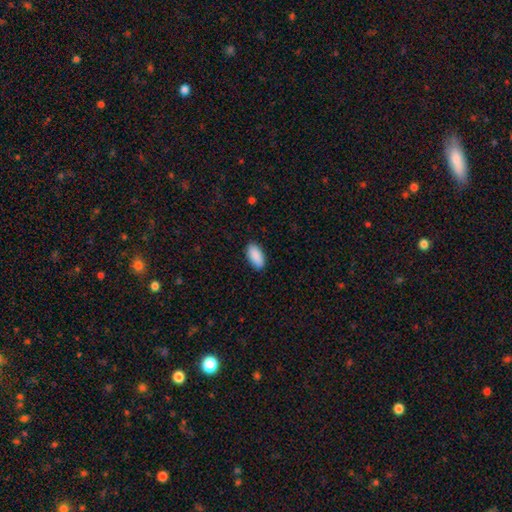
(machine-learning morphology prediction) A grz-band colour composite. It shows a smooth galaxy with no disk features (91%) that is in between round and cigar-shaped (93%). Merging: none (88%).